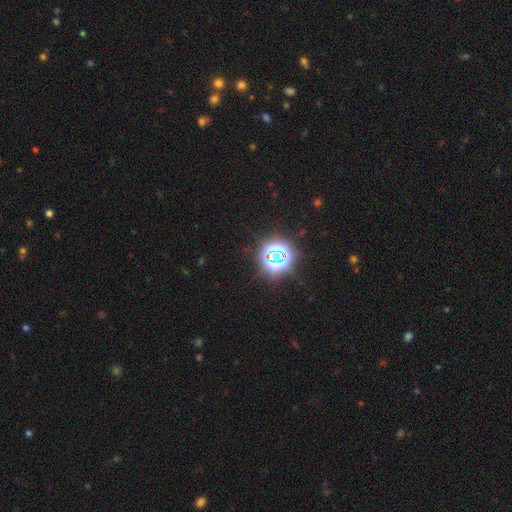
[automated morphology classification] The model was most divided on "smooth or featured": star or artifact: 82%, smooth: 14%, featured or disk: 5%.